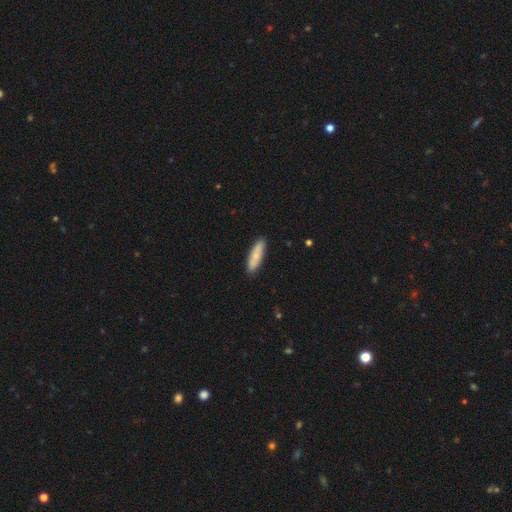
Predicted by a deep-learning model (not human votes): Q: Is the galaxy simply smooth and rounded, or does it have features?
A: smooth — 71%.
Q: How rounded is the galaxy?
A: cigar-shaped — 62%.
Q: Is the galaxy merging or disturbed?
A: none — 87%.